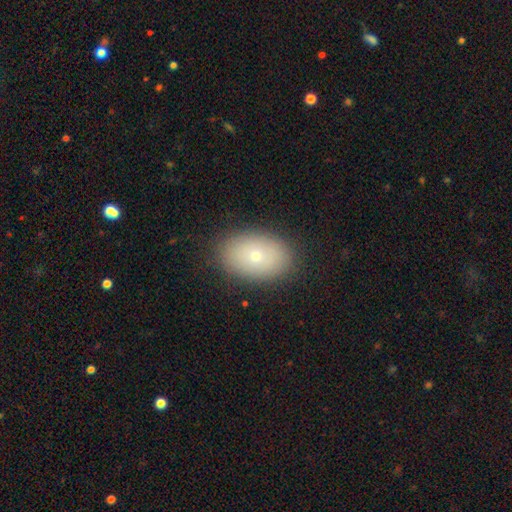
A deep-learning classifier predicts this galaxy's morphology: Overall: smooth (72%). How rounded: in between (83%). Merging: none (88%).